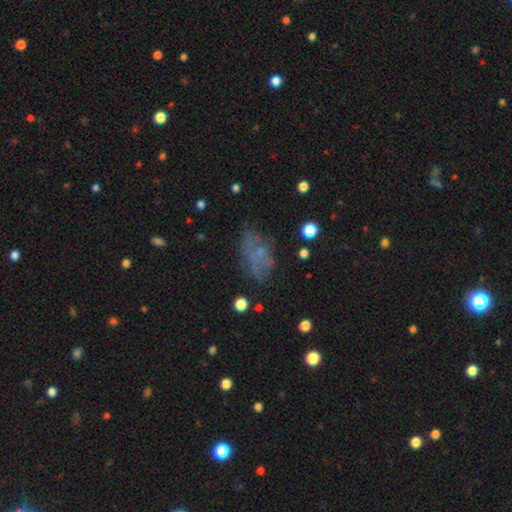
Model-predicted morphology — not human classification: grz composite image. It shows a smooth galaxy with no disk features (46%). Merging: none (54%).